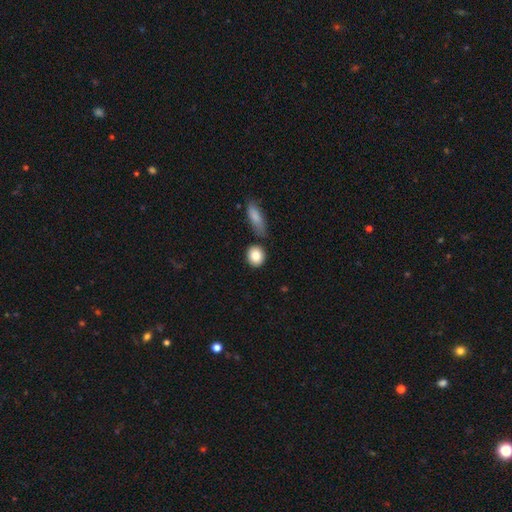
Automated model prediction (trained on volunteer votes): The model was most divided on "how rounded": round: 70%, in between: 27%, cigar-shaped: 3%. More confident: smooth or featured — smooth (84%); merging — none (76%).